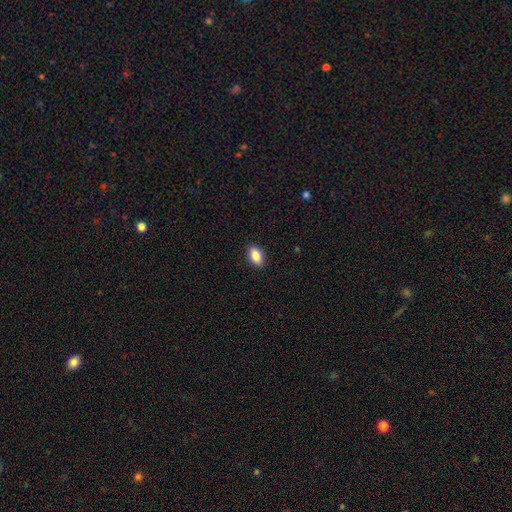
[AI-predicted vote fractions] smooth_or_featured: smooth (p=0.87) [alt: star or artifact p=0.08]
how_rounded: in between (p=0.90) [alt: round p=0.07]
merging: none (p=0.90) [alt: minor disturbance p=0.08]